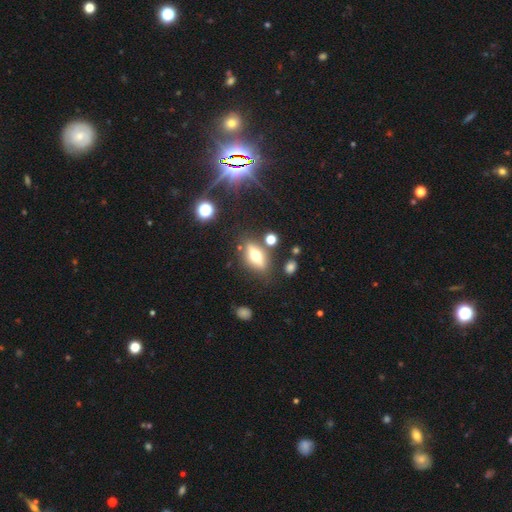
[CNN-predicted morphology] Smooth or featured?
  - featured or disk: 45% *
  - smooth: 44%
  - star or artifact: 11%
Merging?
  - none: 76% *
  - minor disturbance: 13%
  - merger: 6%
  - major disturbance: 5%